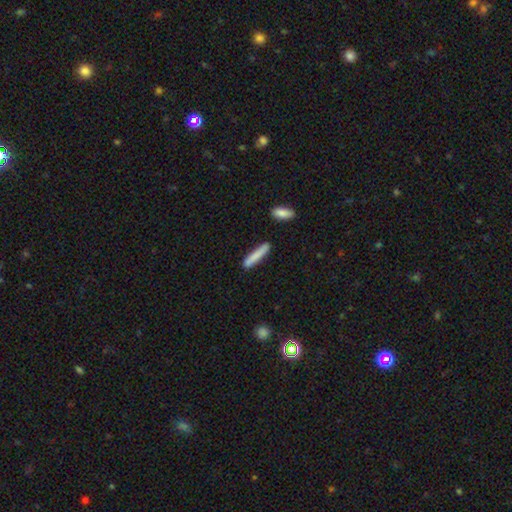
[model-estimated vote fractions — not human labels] Smooth or featured?
  - smooth: 81% *
  - featured or disk: 14%
  - star or artifact: 6%
How rounded?
  - cigar-shaped: 91% *
  - in between: 7%
  - round: 1%
Merging?
  - none: 84% *
  - minor disturbance: 11%
  - merger: 3%
  - major disturbance: 2%